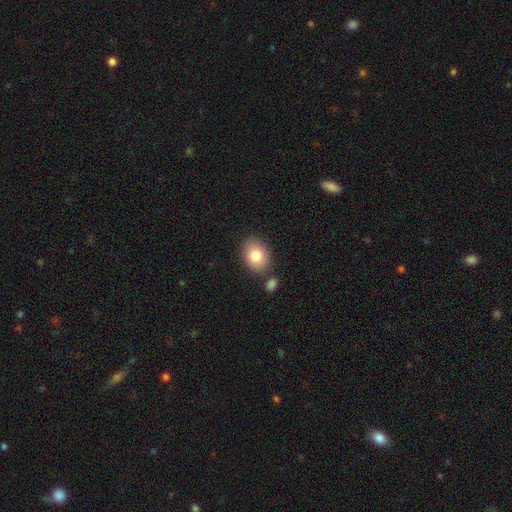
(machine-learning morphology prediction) Overall: smooth (83%). How rounded: in between (66%; round 33%). Merging: none (76%).